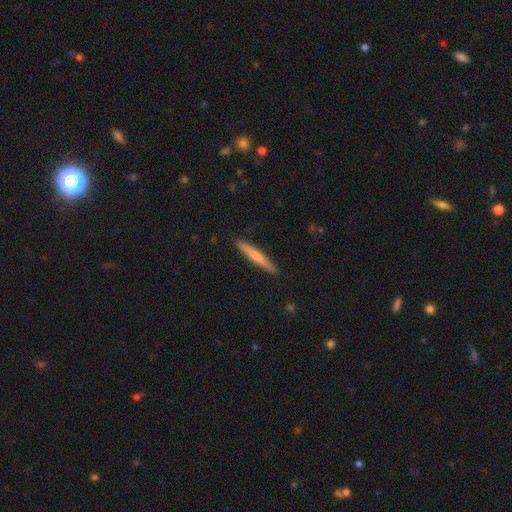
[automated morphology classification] The model was most divided on "smooth or featured": smooth: 60%, featured or disk: 35%, star or artifact: 5%. More confident: how rounded — cigar-shaped (95%); merging — none (91%).